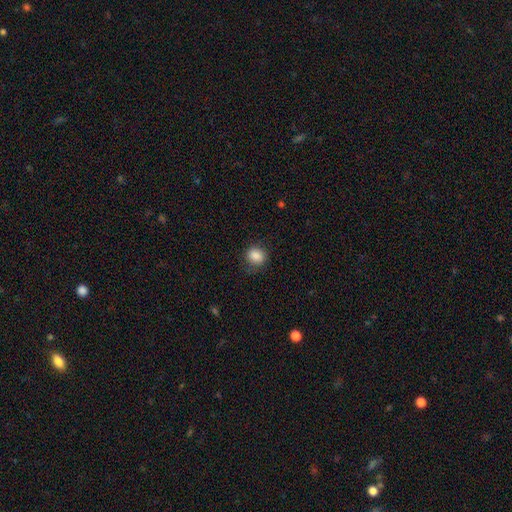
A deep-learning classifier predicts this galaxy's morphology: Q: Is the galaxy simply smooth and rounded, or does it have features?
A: smooth — 87%.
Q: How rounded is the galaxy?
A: round — 68%.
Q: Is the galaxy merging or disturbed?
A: none — 79%.